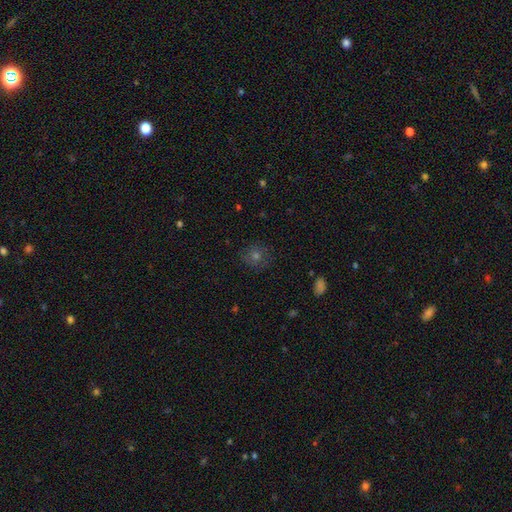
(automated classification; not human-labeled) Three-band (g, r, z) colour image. It shows a smooth galaxy with no disk features (52%) that is round (88%). Merging: none (84%).